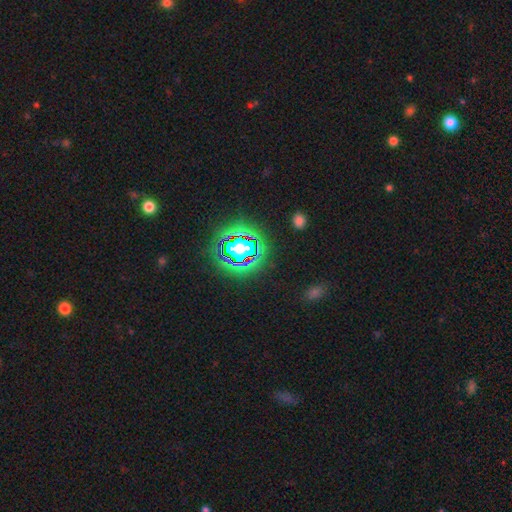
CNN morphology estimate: Smooth or featured: star or artifact — 80% (smooth — 12%)